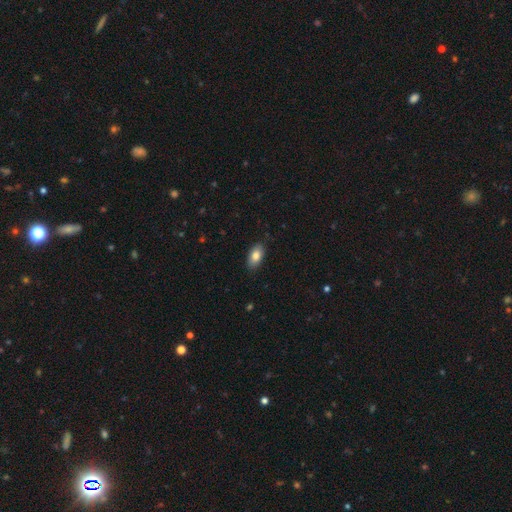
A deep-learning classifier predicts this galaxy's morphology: This is clearly a smooth galaxy (83%). How rounded: clearly in between (92%). Merging: clearly none (87%).